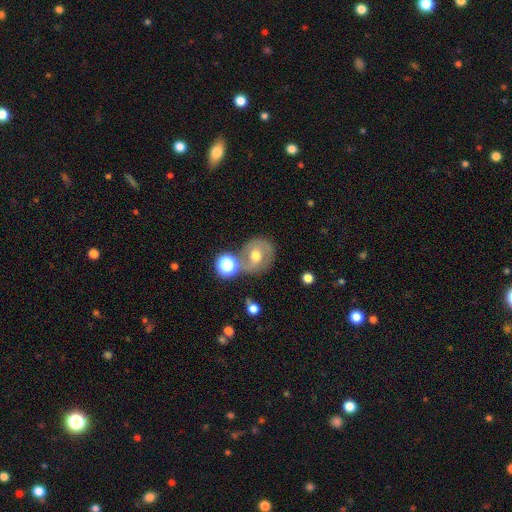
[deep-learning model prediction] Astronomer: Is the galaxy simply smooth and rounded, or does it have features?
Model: smooth — 44% (runner-up: featured or disk, 43%).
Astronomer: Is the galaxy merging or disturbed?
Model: none — 59%.